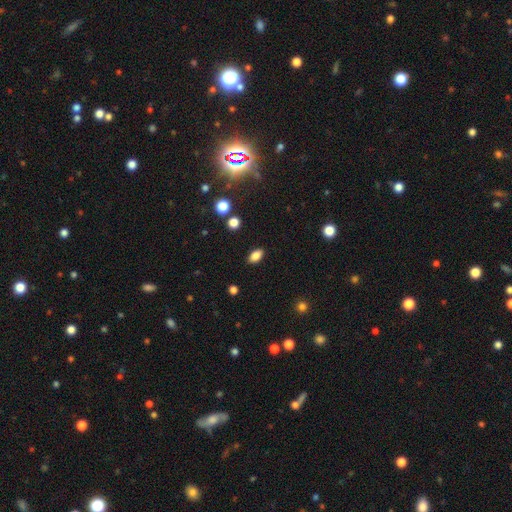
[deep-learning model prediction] Smooth or featured? smooth (85%)
How rounded? in between (89%)
Merging? none (88%)